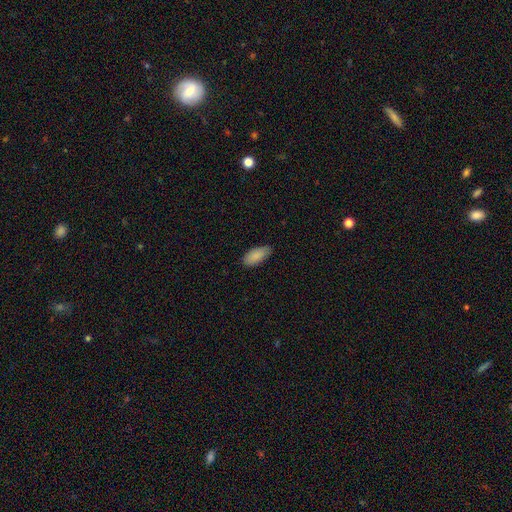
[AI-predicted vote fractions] The model was most divided on "merging": none: 82%, minor disturbance: 15%, major disturbance: 2%, merger: 1%. More confident: smooth or featured — smooth (89%); how rounded — in between (88%).